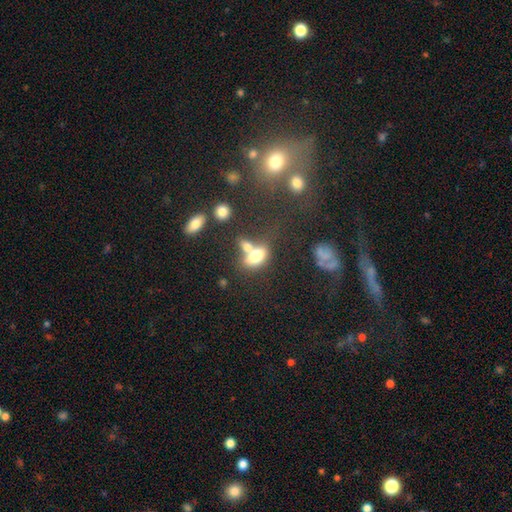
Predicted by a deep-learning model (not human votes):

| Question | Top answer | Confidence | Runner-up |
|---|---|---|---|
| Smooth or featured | smooth | 72% | featured or disk (18%) |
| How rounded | in between | 84% | round (11%) |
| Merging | merger | 47% | none (34%) |